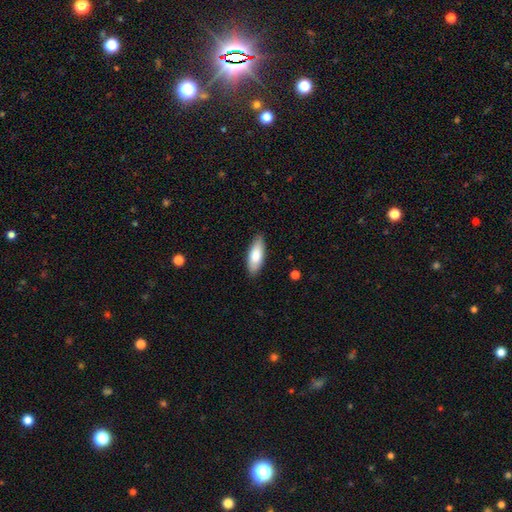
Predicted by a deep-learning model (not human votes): Smooth or featured? Predicted: smooth (p=0.79). How rounded? Predicted: in between (p=0.70). Merging? Predicted: none (p=0.86).